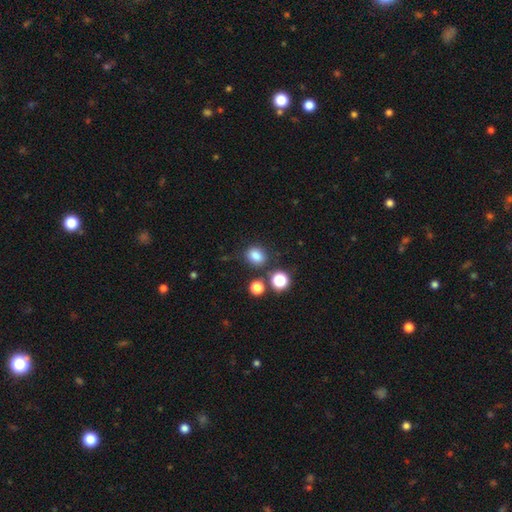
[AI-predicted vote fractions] Smooth or featured? smooth (82%)
How rounded? round (57%)
Merging? none (77%)